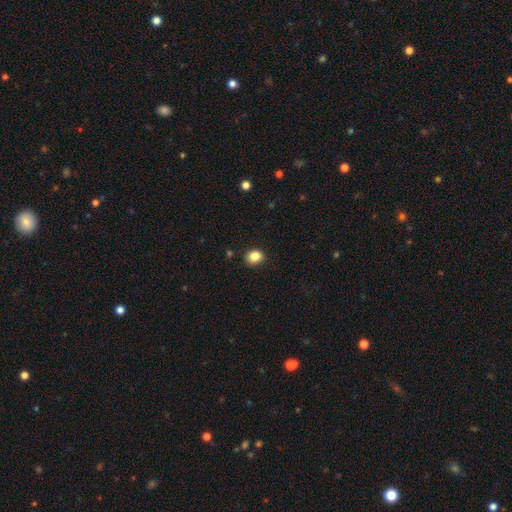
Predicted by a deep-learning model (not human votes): Smooth or featured: smooth — 86% (star or artifact — 10%)
How rounded: round — 63% (in between — 36%)
Merging: none — 87% (minor disturbance — 9%)